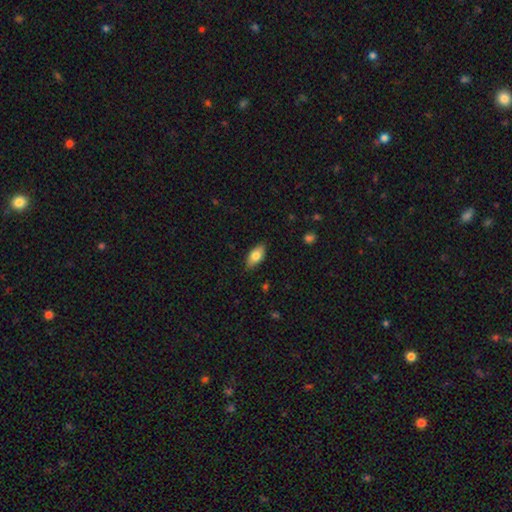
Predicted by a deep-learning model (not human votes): smooth-or-featured: smooth: 80% | featured or disk: 13% | star or artifact: 7%
  how-rounded: in between: 90% | cigar-shaped: 7% | round: 3%
  merging: none: 86% | minor disturbance: 11% | major disturbance: 2% | merger: 1%